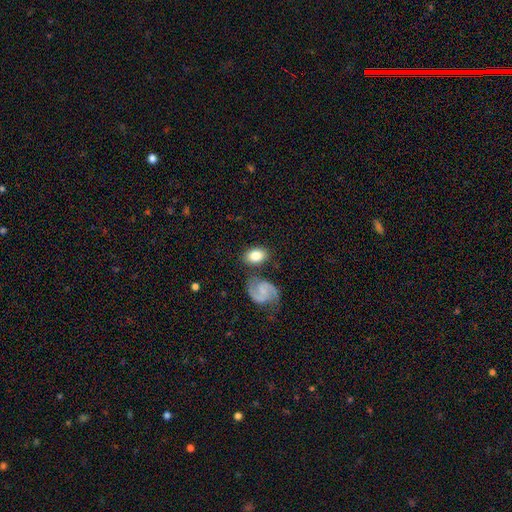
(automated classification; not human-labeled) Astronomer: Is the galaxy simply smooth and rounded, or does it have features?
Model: smooth — 71%.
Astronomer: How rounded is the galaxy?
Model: in between — 81%.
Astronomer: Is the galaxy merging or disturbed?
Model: none — 70%.